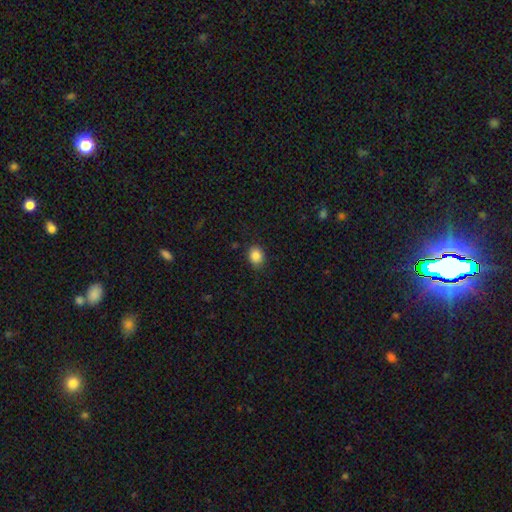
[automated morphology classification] Smooth or featured?
  - smooth: 86% *
  - star or artifact: 10%
  - featured or disk: 4%
How rounded?
  - round: 53% *
  - in between: 46%
  - cigar-shaped: 1%
Merging?
  - none: 85% *
  - minor disturbance: 11%
  - major disturbance: 3%
  - merger: 1%